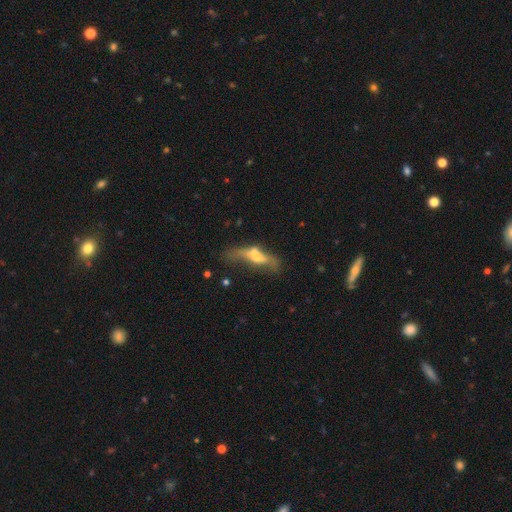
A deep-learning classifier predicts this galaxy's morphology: Smooth or featured? featured or disk (52%)
Edge-on disk? no (61%)
Merging? major disturbance (32%)